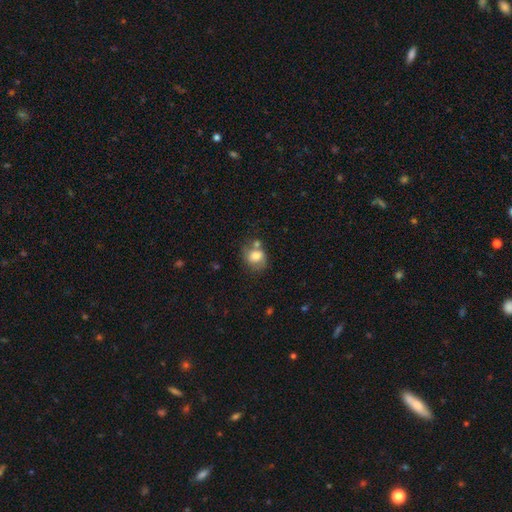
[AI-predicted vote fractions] Smooth or featured? Predicted: smooth (p=0.75). How rounded? Predicted: round (p=0.65). Merging? Predicted: none (p=0.48).